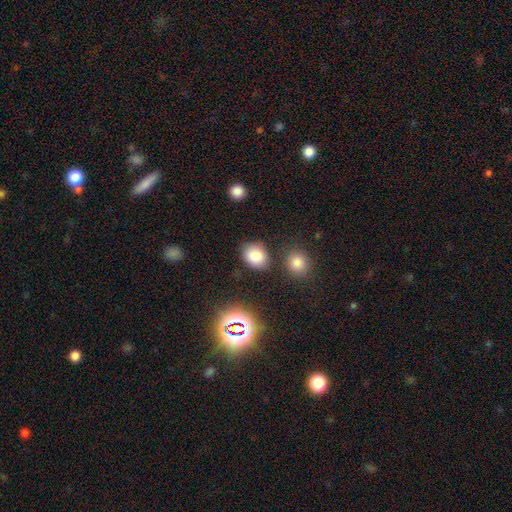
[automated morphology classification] Q: Smooth or featured?
A: smooth (82%); runner-up: star or artifact (12%)
Q: How rounded?
A: in between (51%); runner-up: round (48%)
Q: Merging?
A: none (75%); runner-up: minor disturbance (14%)